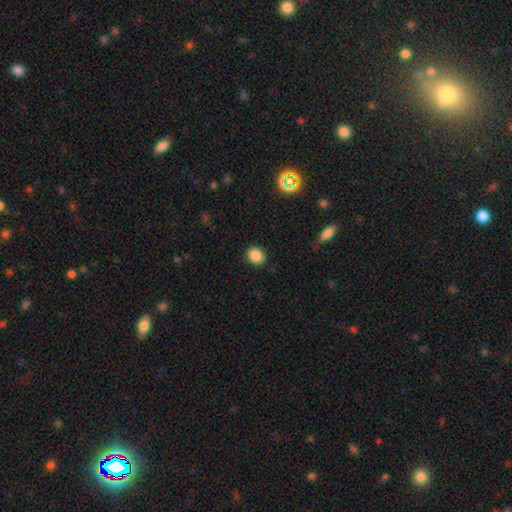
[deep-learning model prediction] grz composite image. It shows a smooth galaxy with no disk features (87%) that is round (66%). Merging: none (89%).